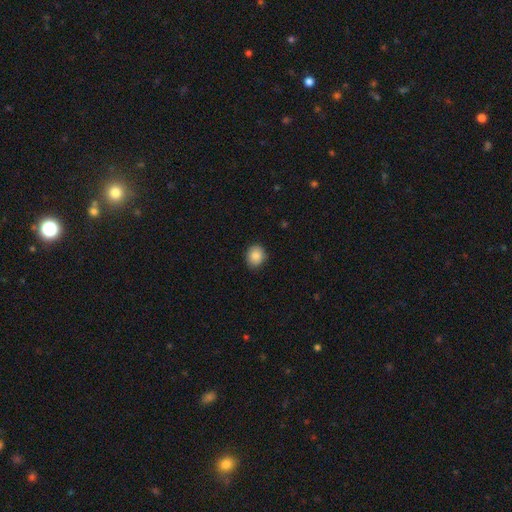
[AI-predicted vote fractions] A smooth galaxy with no disk features (87%) that is round (67%).

Vote fractions:
- Smooth or featured? smooth: 87% / star or artifact: 8% / featured or disk: 5%
- How rounded? round: 67% / in between: 32% / cigar-shaped: 1%
- Merging? none: 87% / minor disturbance: 10% / major disturbance: 2% / merger: 1%